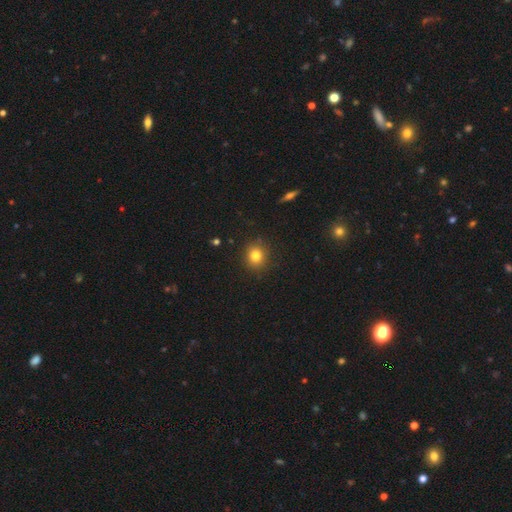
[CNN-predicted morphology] Overall: smooth (81%). How rounded: round (81%). Merging: none (88%).